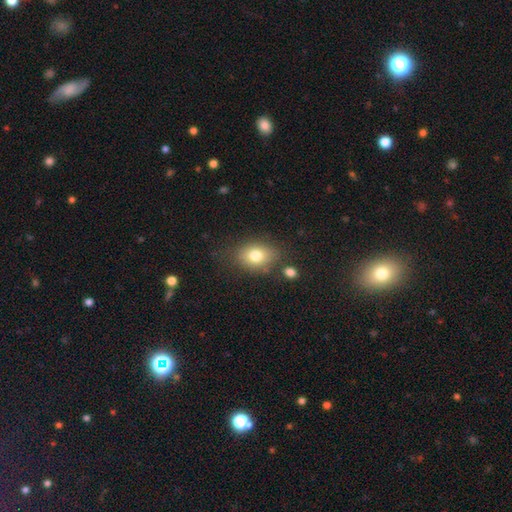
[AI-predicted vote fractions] Smooth or featured?
  - smooth: 77% *
  - featured or disk: 13%
  - star or artifact: 10%
How rounded?
  - in between: 68% *
  - round: 31%
  - cigar-shaped: 1%
Merging?
  - none: 71% *
  - minor disturbance: 16%
  - merger: 6%
  - major disturbance: 6%